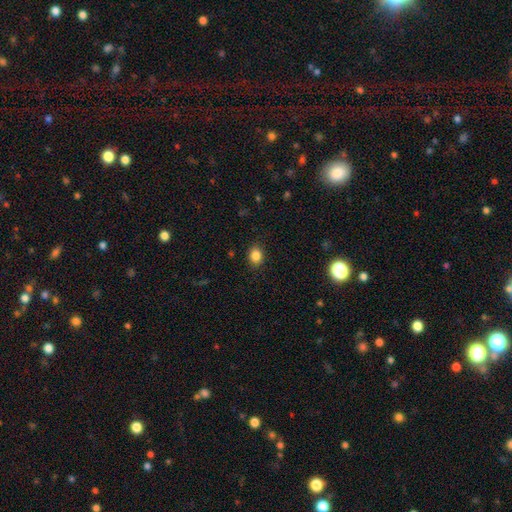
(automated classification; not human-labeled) This is clearly a smooth galaxy (84%). How rounded: possibly round (52%). Merging: clearly none (88%).